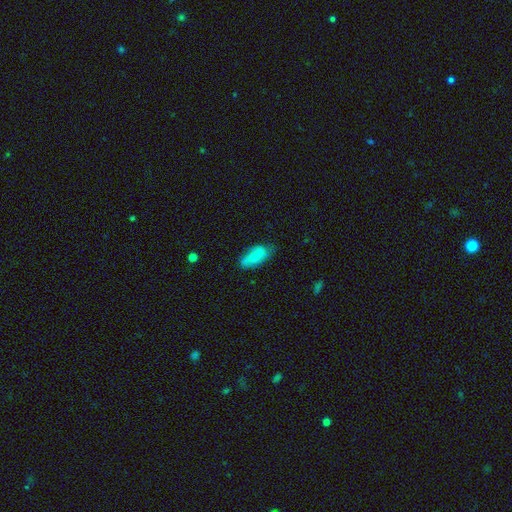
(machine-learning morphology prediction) smooth_or_featured: smooth (p=0.74) [alt: featured or disk p=0.19]
how_rounded: in between (p=0.88) [alt: cigar-shaped p=0.10]
merging: none (p=0.61) [alt: minor disturbance p=0.30]